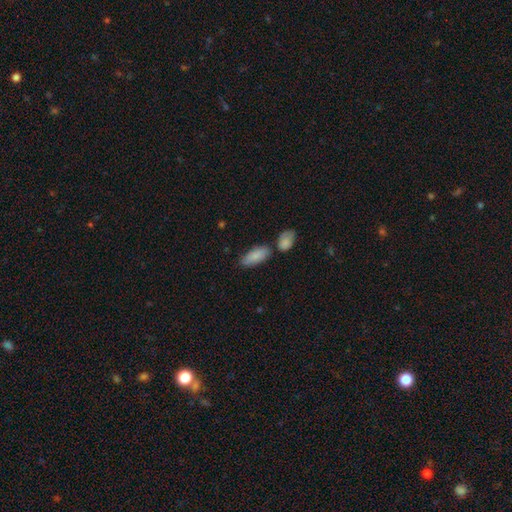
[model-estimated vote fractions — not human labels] Smooth or featured?
  - smooth: 84% *
  - featured or disk: 10%
  - star or artifact: 6%
How rounded?
  - in between: 86% *
  - cigar-shaped: 12%
  - round: 2%
Merging?
  - none: 61% *
  - merger: 18%
  - minor disturbance: 17%
  - major disturbance: 4%